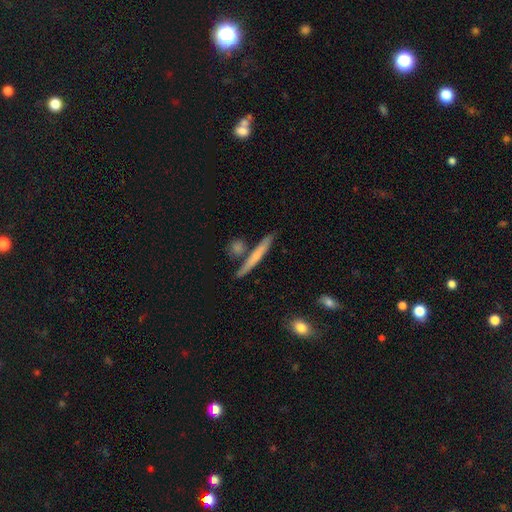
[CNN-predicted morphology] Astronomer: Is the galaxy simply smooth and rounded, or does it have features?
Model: smooth — 51% (runner-up: featured or disk, 43%).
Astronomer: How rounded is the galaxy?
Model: cigar-shaped — 92%.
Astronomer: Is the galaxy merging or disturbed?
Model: none — 76%.